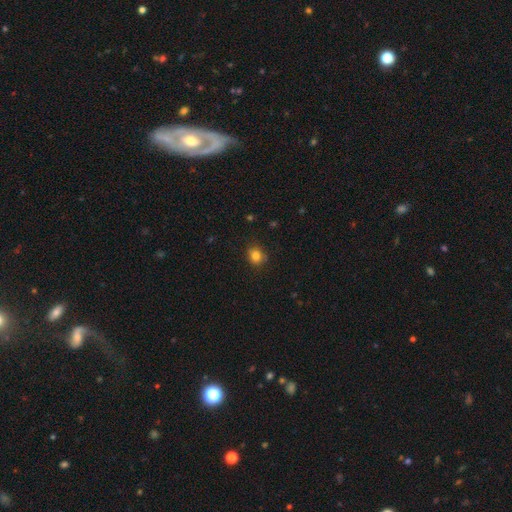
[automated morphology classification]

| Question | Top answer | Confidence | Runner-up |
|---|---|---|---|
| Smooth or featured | smooth | 83% | star or artifact (12%) |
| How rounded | round | 70% | in between (29%) |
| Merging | none | 82% | minor disturbance (14%) |